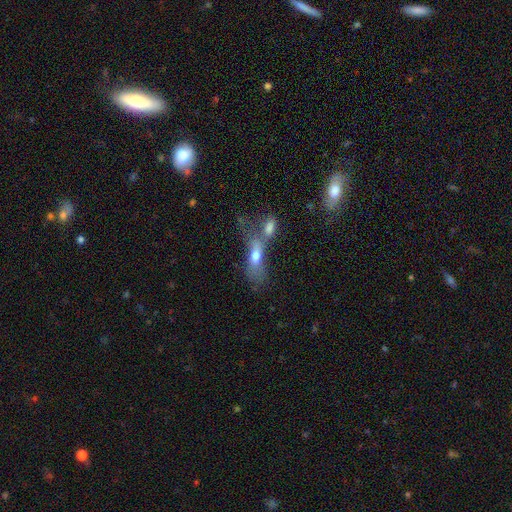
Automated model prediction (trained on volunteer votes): Smooth or featured?
  - smooth: 62% *
  - featured or disk: 28%
  - star or artifact: 9%
How rounded?
  - in between: 63% *
  - cigar-shaped: 33%
  - round: 4%
Merging?
  - merger: 55% *
  - none: 21%
  - major disturbance: 13%
  - minor disturbance: 11%